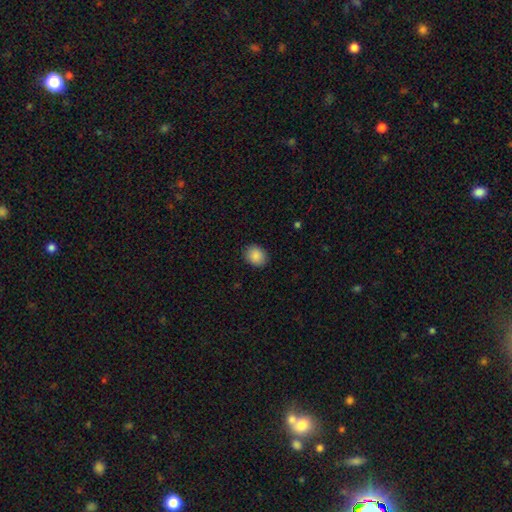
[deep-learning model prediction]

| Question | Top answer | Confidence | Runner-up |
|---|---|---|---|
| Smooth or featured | smooth | 89% | star or artifact (8%) |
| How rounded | round | 60% | in between (39%) |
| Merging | none | 89% | minor disturbance (8%) |